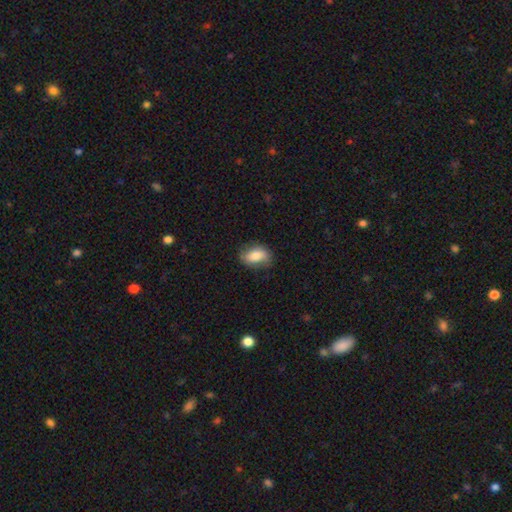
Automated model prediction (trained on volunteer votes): Smooth or featured: smooth — 74% (featured or disk — 19%)
How rounded: in between — 84% (round — 14%)
Merging: none — 75% (minor disturbance — 19%)